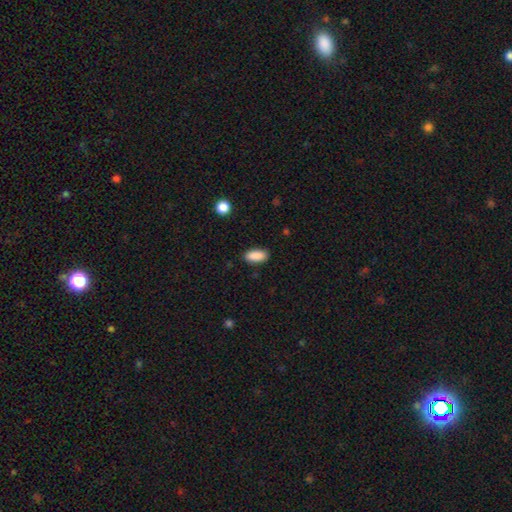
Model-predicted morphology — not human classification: This is clearly a smooth galaxy (90%). How rounded: clearly in between (90%). Merging: clearly none (87%).